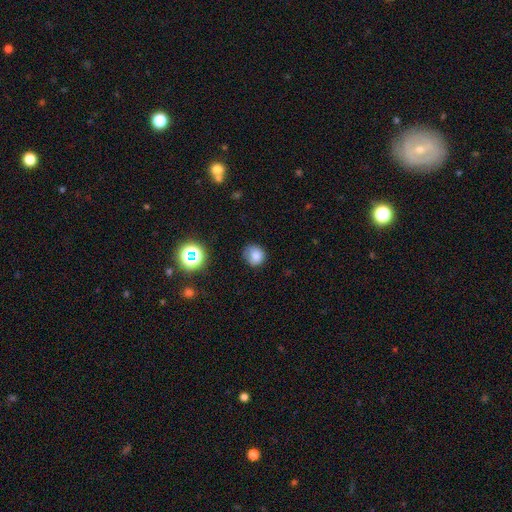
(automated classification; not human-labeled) Smooth or featured? Predicted: smooth (p=0.79). How rounded? Predicted: round (p=0.82). Merging? Predicted: none (p=0.68).